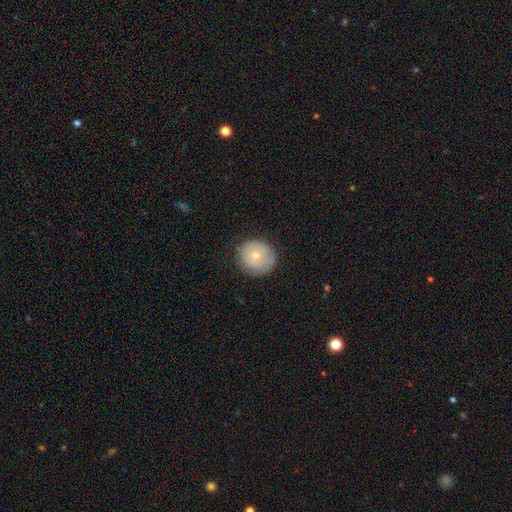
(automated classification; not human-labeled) smooth-or-featured: smooth: 70% | featured or disk: 22% | star or artifact: 8%
  how-rounded: round: 89% | in between: 10% | cigar-shaped: 1%
  merging: none: 78% | minor disturbance: 16% | major disturbance: 5% | merger: 1%